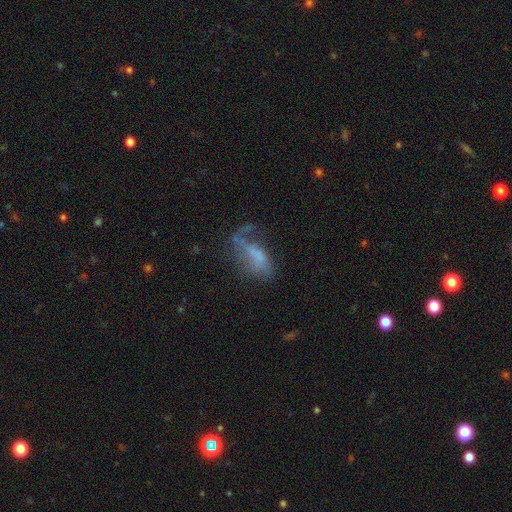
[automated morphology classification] A featured or disk galaxy (48%).

Vote fractions:
- Smooth or featured? featured or disk: 48% / smooth: 40% / star or artifact: 12%
- Merging? major disturbance: 42% / none: 30% / minor disturbance: 22% / merger: 6%